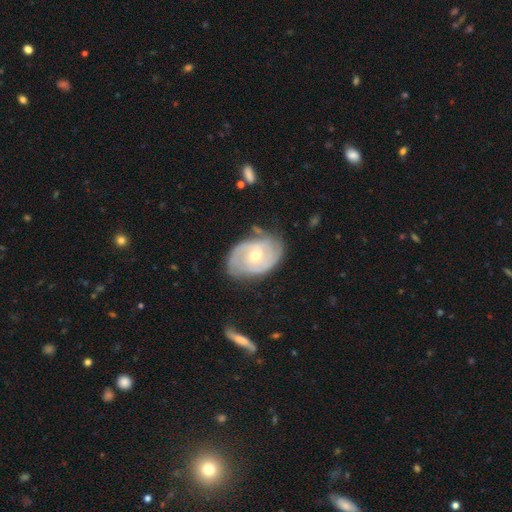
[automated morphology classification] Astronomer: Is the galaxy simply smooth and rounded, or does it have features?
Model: featured or disk — 82%.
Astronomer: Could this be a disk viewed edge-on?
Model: no — 96%.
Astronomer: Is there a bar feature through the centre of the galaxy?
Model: no — 55% (runner-up: weak, 36%).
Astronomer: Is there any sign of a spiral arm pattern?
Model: yes — 93%.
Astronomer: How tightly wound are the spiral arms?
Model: tight — 64%.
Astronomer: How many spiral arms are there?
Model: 2 — 45% (runner-up: can't tell, 26%).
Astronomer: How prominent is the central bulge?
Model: moderate — 57% (runner-up: small, 40%).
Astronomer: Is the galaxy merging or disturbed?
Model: none — 71%.